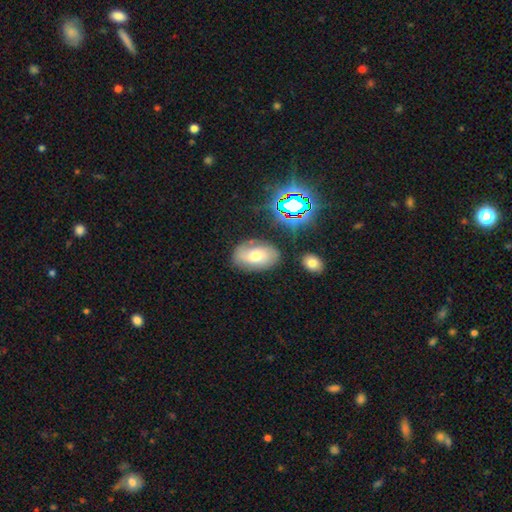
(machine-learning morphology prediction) smooth 55%, featured or disk 29%, star or artifact 15%. Down the decision tree: how rounded — in between (90%); merging — none (75%).